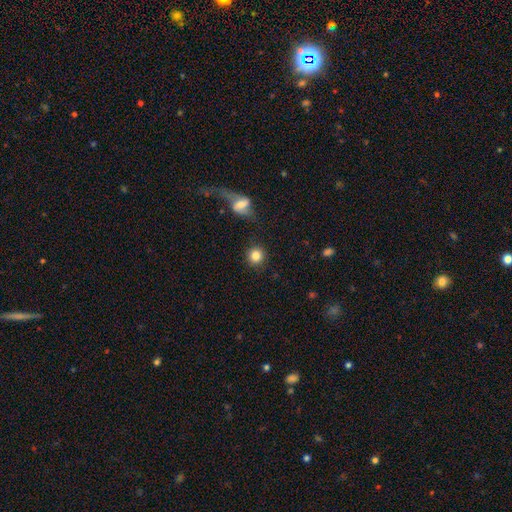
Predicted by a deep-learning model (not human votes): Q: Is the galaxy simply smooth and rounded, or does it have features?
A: smooth — 84%.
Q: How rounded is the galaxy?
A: round — 92%.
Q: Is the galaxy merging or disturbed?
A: none — 85%.